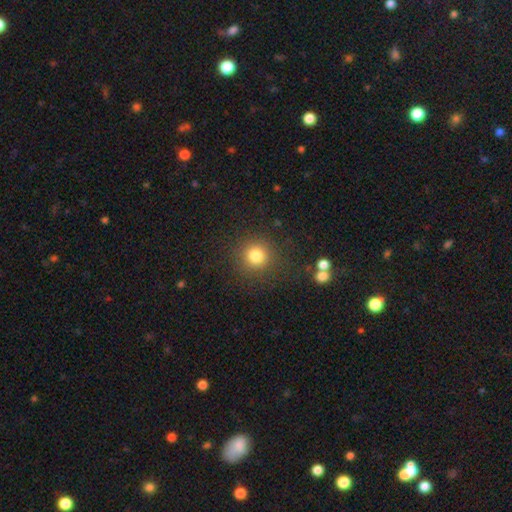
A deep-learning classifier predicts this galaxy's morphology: This is clearly a smooth galaxy (80%). How rounded: clearly round (93%). Merging: clearly none (86%).